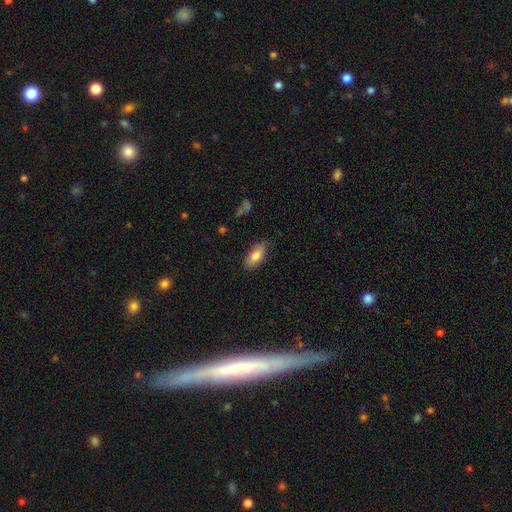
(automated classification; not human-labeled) A smooth galaxy with no disk features (83%) that is in between round and cigar-shaped (89%). Merging: none (78%).